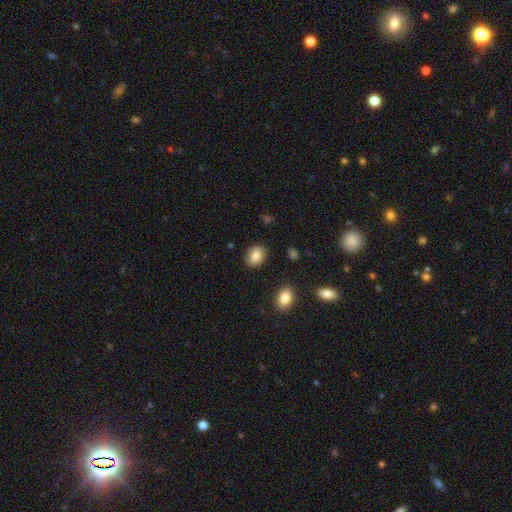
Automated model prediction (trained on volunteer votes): Smooth or featured? Predicted: smooth (p=0.86). How rounded? Predicted: in between (p=0.56). Merging? Predicted: none (p=0.87).